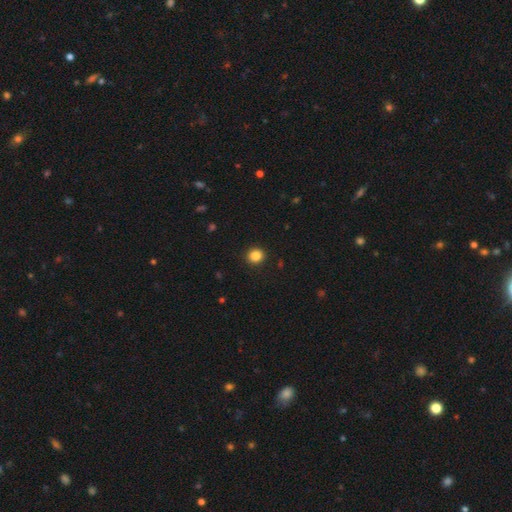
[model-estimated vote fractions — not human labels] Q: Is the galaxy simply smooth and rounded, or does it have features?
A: smooth — 86%.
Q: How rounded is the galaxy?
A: round — 85%.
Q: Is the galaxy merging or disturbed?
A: none — 92%.